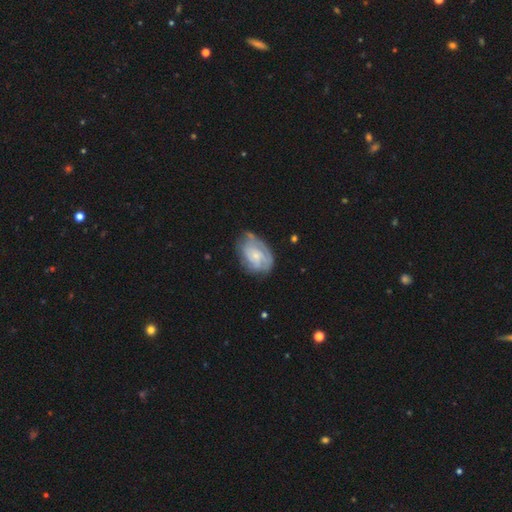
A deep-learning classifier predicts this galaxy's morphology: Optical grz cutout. It shows a featured or disk galaxy (64%) with no bar (72%), spiral arms (77%) and a small central bulge (64%). Merging: none (56%).